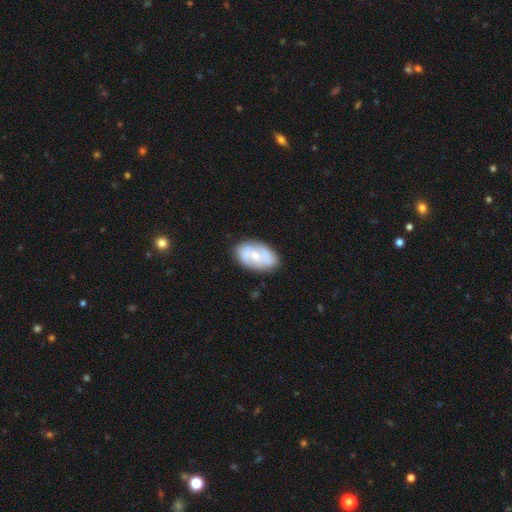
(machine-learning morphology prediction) This is likely a featured or disk galaxy (61%). It is clearly not viewed edge-on (96%). Bar: possibly no (57%). Spiral arm pattern: likely yes (74%). Central bulge: possibly moderate (47%). Merging: likely none (75%).